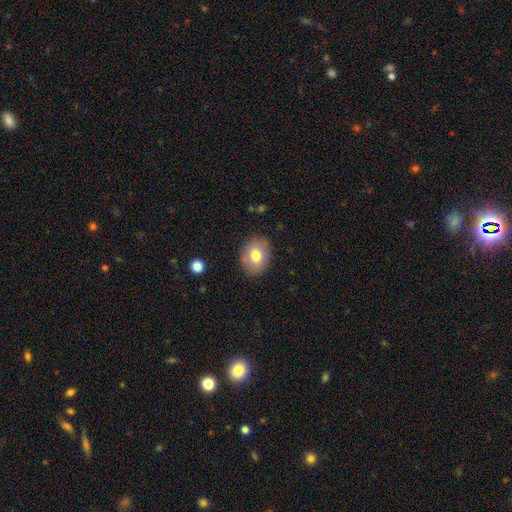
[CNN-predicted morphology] type=smooth (77%); roundness=in between (58%); merging=none (86%).